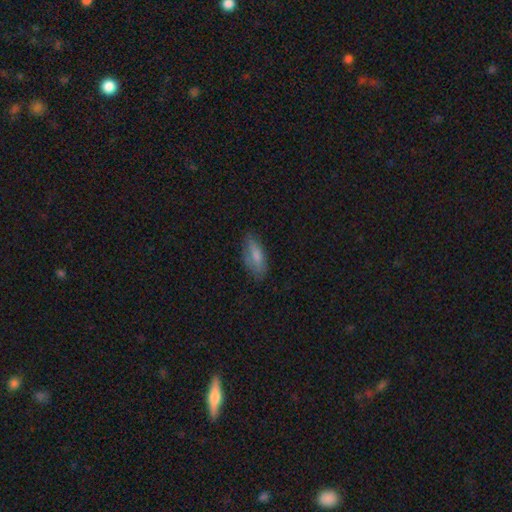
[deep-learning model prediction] This appears to be a smooth galaxy with no disk features (75%) that is in between round and cigar-shaped (78%). Merging: none (68%).